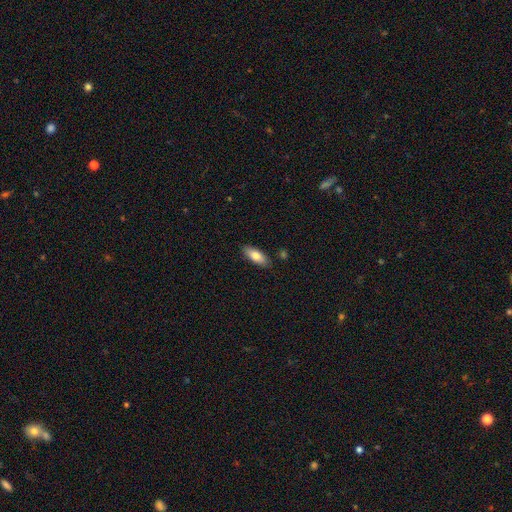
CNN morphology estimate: smooth 79%, featured or disk 15%, star or artifact 6%. Down the decision tree: how rounded — in between (77%); merging — none (86%).